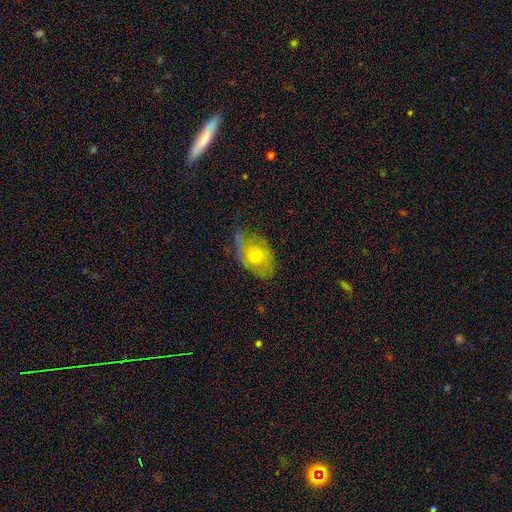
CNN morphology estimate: This is possibly a smooth galaxy (51%). How rounded: likely in between (76%). Merging: possibly none (50%).